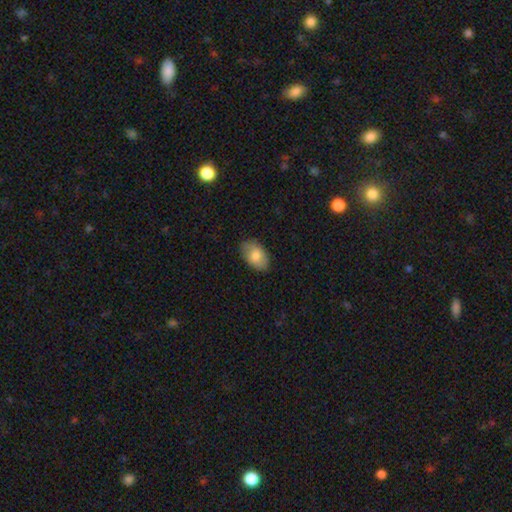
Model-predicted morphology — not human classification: A smooth galaxy with no disk features (79%) that is in between round and cigar-shaped (90%).

Vote fractions:
- Smooth or featured? smooth: 79% / featured or disk: 15% / star or artifact: 7%
- How rounded? in between: 90% / round: 9% / cigar-shaped: 1%
- Merging? none: 81% / minor disturbance: 15% / major disturbance: 3% / merger: 1%